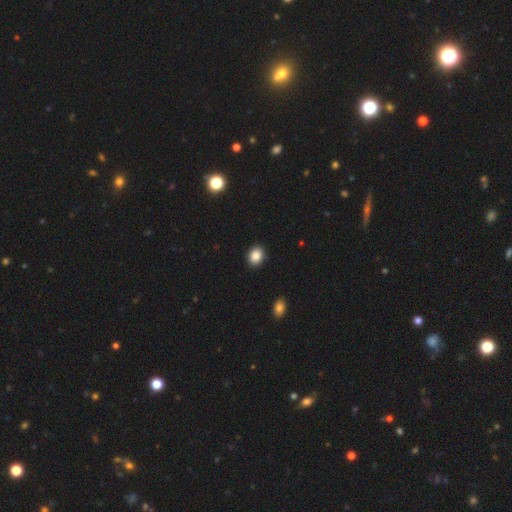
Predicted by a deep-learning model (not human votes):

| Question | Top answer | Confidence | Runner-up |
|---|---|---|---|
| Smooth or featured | smooth | 87% | star or artifact (9%) |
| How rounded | round | 50% | tied: in between (50%) |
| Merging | none | 91% | minor disturbance (6%) |